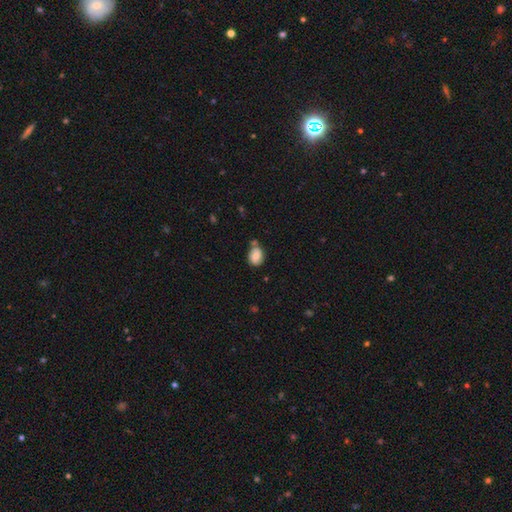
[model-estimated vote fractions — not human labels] This is likely a smooth galaxy (74%). How rounded: possibly in between (59%). Merging: possibly none (54%).